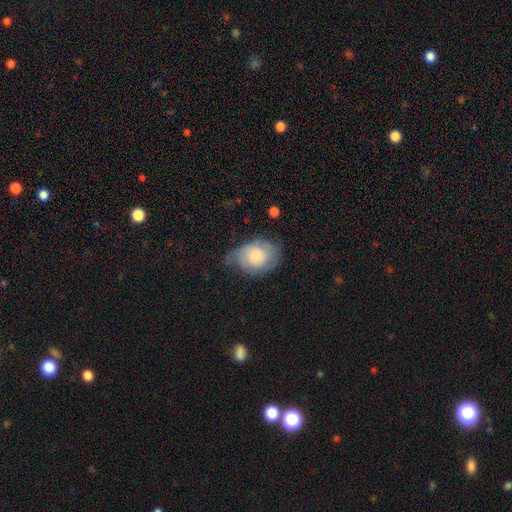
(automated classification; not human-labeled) Smooth or featured?
  - smooth: 57% *
  - featured or disk: 36%
  - star or artifact: 7%
How rounded?
  - in between: 61% *
  - round: 38%
  - cigar-shaped: 1%
Merging?
  - none: 43% *
  - minor disturbance: 38%
  - major disturbance: 17%
  - merger: 2%